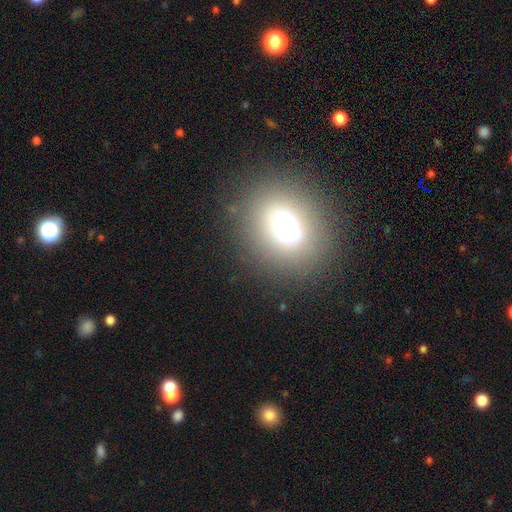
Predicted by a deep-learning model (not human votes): The model was most divided on "how rounded": round: 60%, in between: 38%, cigar-shaped: 2%. More confident: merging — none (79%); smooth or featured — smooth (62%).